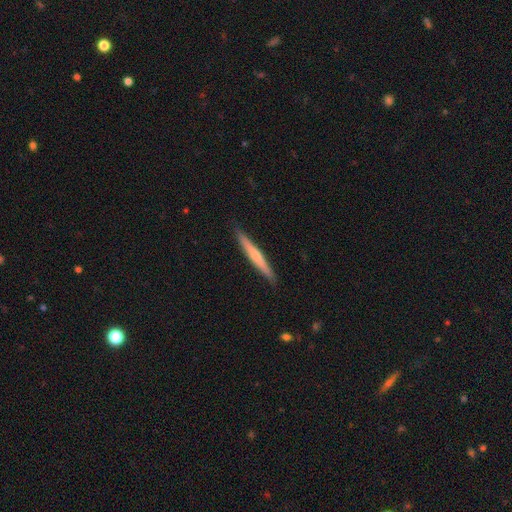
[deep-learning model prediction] This is possibly a smooth galaxy (51%). How rounded: clearly cigar-shaped (96%). Merging: clearly none (91%).